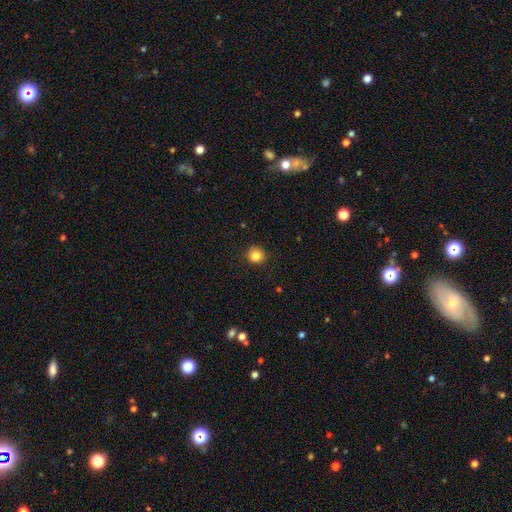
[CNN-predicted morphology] Q: Smooth or featured?
A: smooth (85%); runner-up: star or artifact (11%)
Q: How rounded?
A: round (92%); runner-up: in between (7%)
Q: Merging?
A: none (91%); runner-up: minor disturbance (6%)